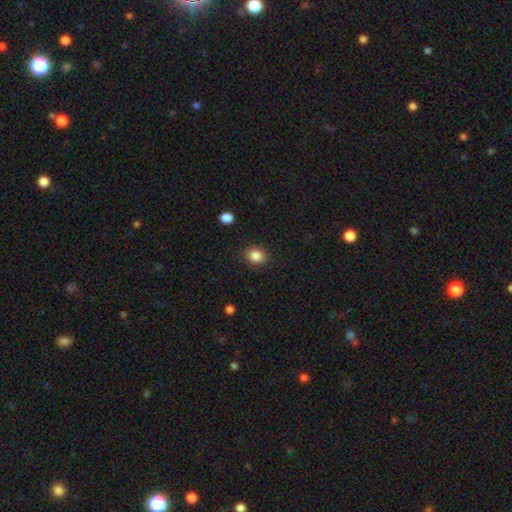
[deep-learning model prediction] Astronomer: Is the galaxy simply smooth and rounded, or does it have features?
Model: smooth — 87%.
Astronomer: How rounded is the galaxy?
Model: round — 63%.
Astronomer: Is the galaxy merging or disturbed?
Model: none — 87%.